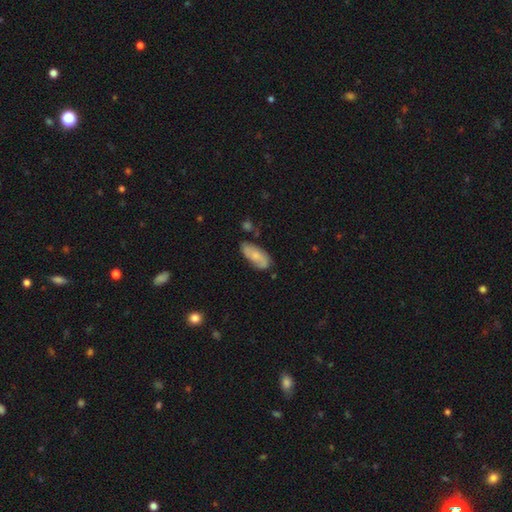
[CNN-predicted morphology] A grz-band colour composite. It shows a smooth galaxy with no disk features (56%) that is in between round and cigar-shaped (84%). Merging: none (69%).